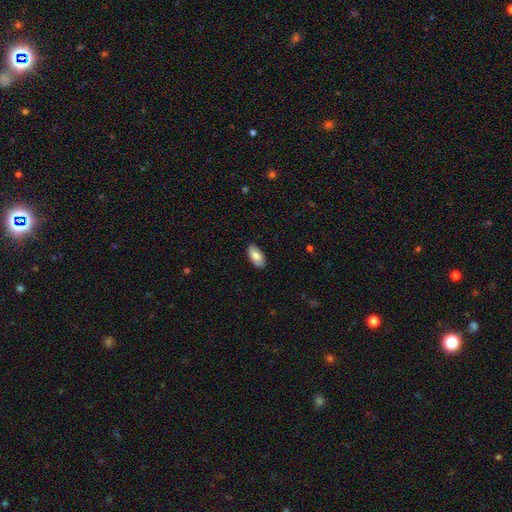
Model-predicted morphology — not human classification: A smooth galaxy with no disk features (81%) that is in between round and cigar-shaped (94%). Merging: none (87%).